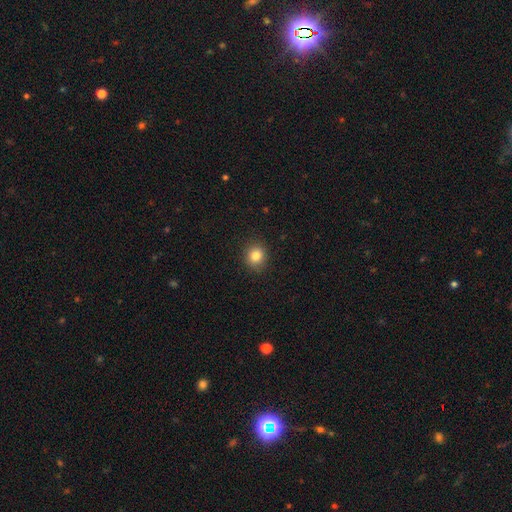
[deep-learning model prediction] A smooth galaxy with no disk features (83%) that is round (86%). Merging: none (91%).